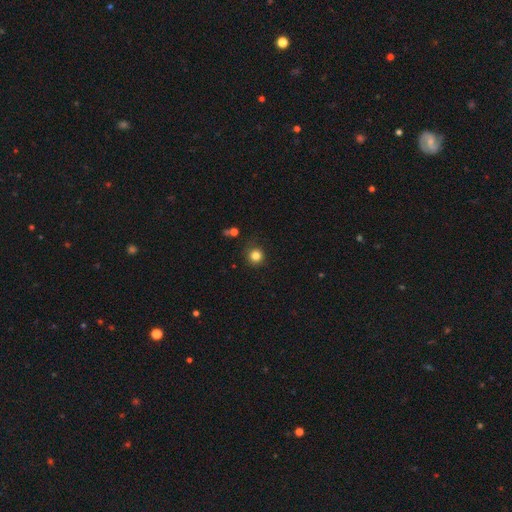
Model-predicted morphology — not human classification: Q: Smooth or featured?
A: smooth (82%); runner-up: star or artifact (13%)
Q: How rounded?
A: round (93%); runner-up: in between (6%)
Q: Merging?
A: none (84%); runner-up: minor disturbance (11%)